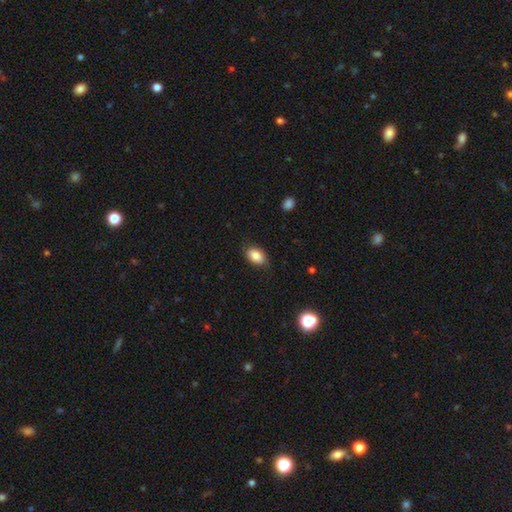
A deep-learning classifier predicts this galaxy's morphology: Smooth or featured: smooth — 86% (star or artifact — 8%)
How rounded: in between — 89% (round — 10%)
Merging: none — 83% (minor disturbance — 13%)